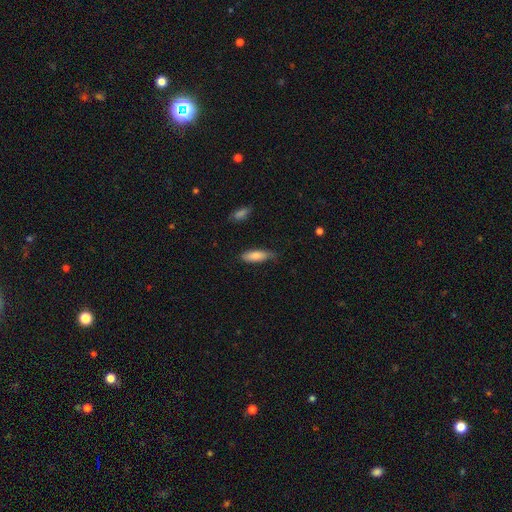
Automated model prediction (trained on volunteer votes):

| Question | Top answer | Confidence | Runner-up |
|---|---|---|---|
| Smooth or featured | smooth | 81% | featured or disk (13%) |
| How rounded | in between | 56% | cigar-shaped (42%) |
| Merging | none | 64% | minor disturbance (29%) |